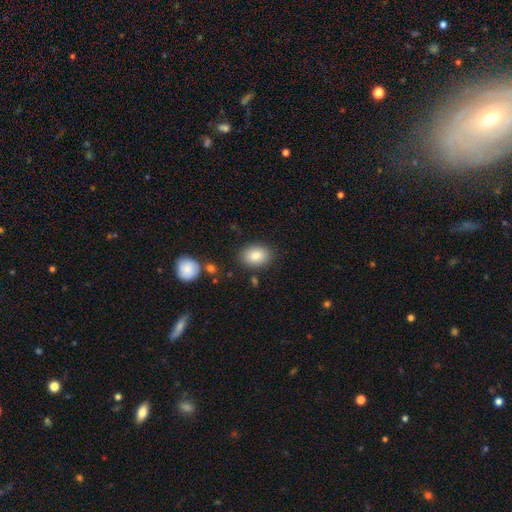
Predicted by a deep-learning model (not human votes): Q: Smooth or featured?
A: smooth (84%); runner-up: featured or disk (8%)
Q: How rounded?
A: in between (71%); runner-up: round (28%)
Q: Merging?
A: none (83%); runner-up: minor disturbance (11%)